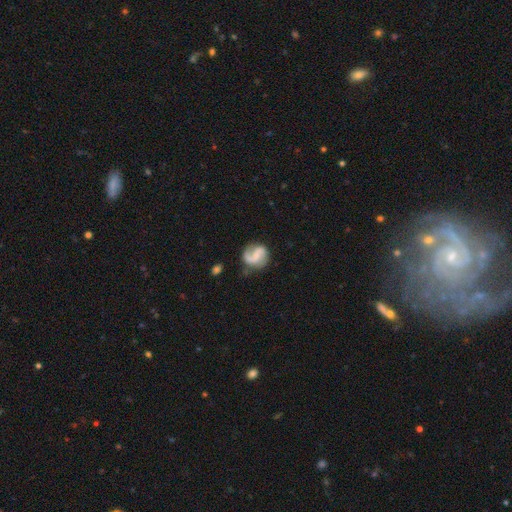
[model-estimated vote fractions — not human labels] Morphology: type=featured or disk (71%); edge-on=no (98%); bar=weak (44%); spiral arms=yes (91%); winding=loose (46%); arm count=2 (65%); bulge=none (45%); merging=none (60%).